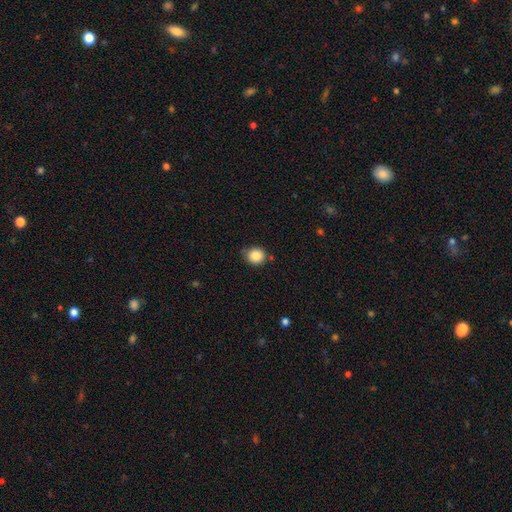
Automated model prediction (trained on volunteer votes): This is clearly a smooth galaxy (86%). How rounded: clearly round (88%). Merging: likely none (75%).